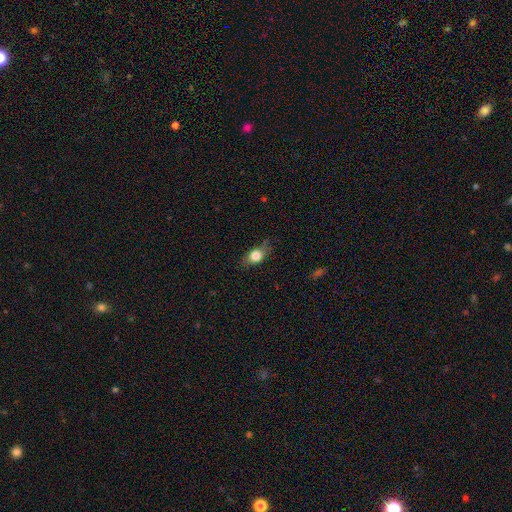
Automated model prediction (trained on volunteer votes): Smooth or featured? smooth (76%)
How rounded? in between (72%)
Merging? none (69%)